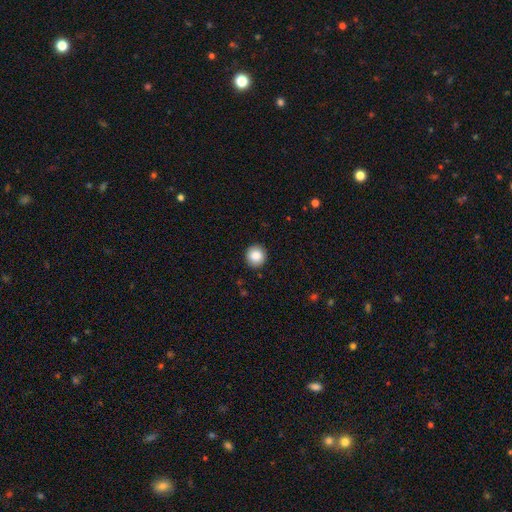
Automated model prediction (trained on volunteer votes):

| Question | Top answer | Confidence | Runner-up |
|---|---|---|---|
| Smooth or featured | smooth | 88% | star or artifact (9%) |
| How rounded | round | 93% | in between (6%) |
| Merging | none | 92% | minor disturbance (6%) |